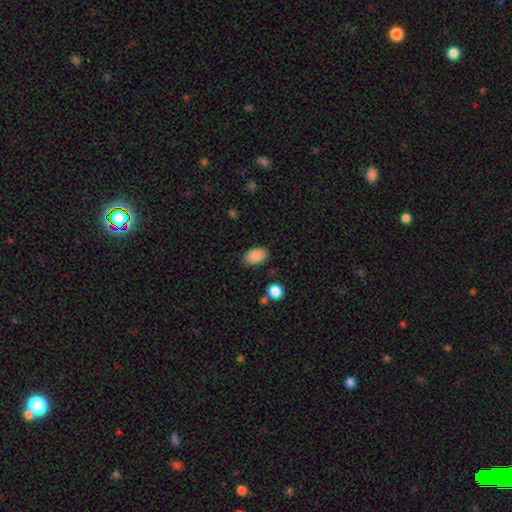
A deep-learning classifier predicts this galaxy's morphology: A smooth galaxy with no disk features (87%) that is in between round and cigar-shaped (90%). Merging: none (84%).